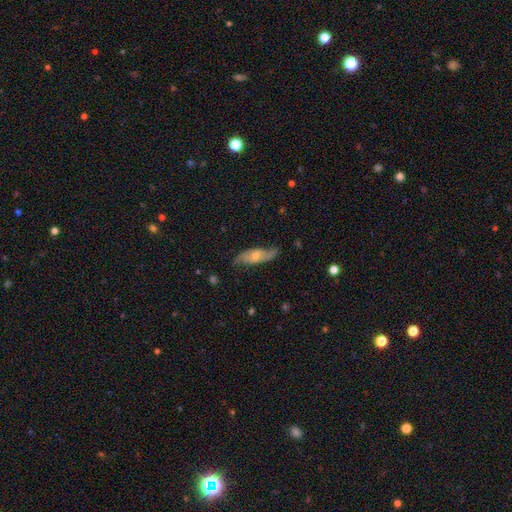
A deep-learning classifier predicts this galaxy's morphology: smooth_or_featured: featured or disk (p=0.63) [alt: smooth p=0.30]
disk_edge_on: no (p=0.73) [alt: yes p=0.27]
merging: none (p=0.75) [alt: minor disturbance p=0.18]